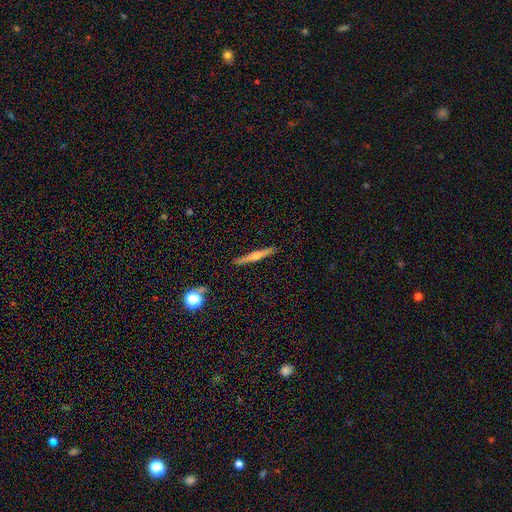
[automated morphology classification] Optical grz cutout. It shows a featured or disk galaxy (65%) viewed edge-on (98%) with a rounded central bulge (86%). Merging: none (90%).